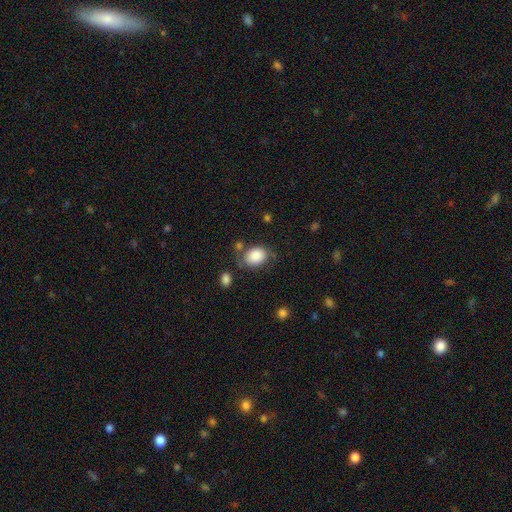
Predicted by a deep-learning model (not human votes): A smooth galaxy with no disk features (85%) that is in between round and cigar-shaped (66%).

Vote fractions:
- Smooth or featured? smooth: 85% / star or artifact: 8% / featured or disk: 7%
- How rounded? in between: 66% / round: 33% / cigar-shaped: 1%
- Merging? none: 64% / minor disturbance: 22% / major disturbance: 8% / merger: 6%